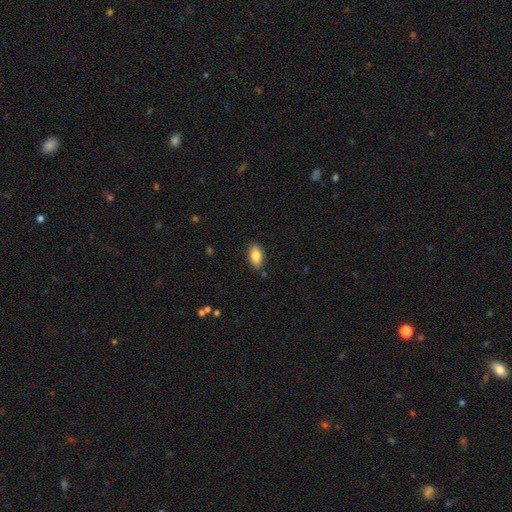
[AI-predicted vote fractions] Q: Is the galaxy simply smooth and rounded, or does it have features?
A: smooth — 84%.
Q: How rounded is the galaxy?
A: in between — 90%.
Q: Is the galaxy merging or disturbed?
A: none — 86%.